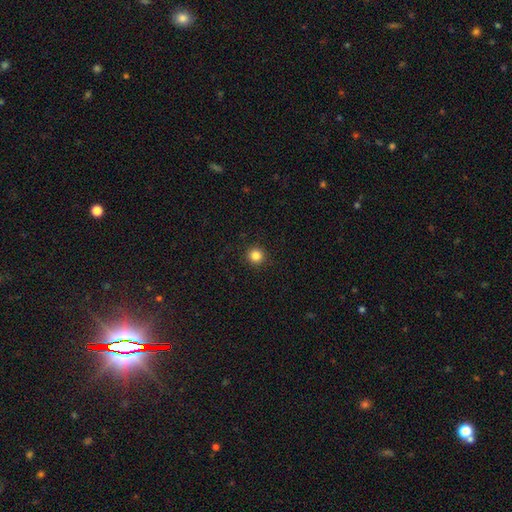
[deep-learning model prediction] smooth 85%, star or artifact 12%, featured or disk 4%. Down the decision tree: how rounded — round (95%); merging — none (93%).